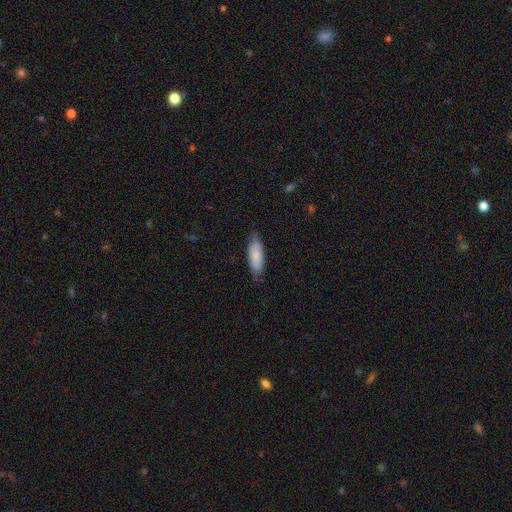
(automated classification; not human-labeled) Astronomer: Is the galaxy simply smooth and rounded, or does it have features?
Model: smooth — 85%.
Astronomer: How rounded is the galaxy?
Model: in between — 62%.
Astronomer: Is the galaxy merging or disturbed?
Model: none — 77%.